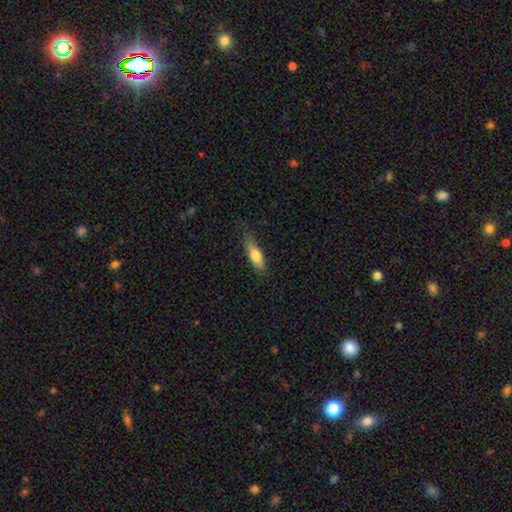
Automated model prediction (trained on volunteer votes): Overall: smooth (72%). How rounded: in between (54%; cigar-shaped 44%). Merging: none (68%).